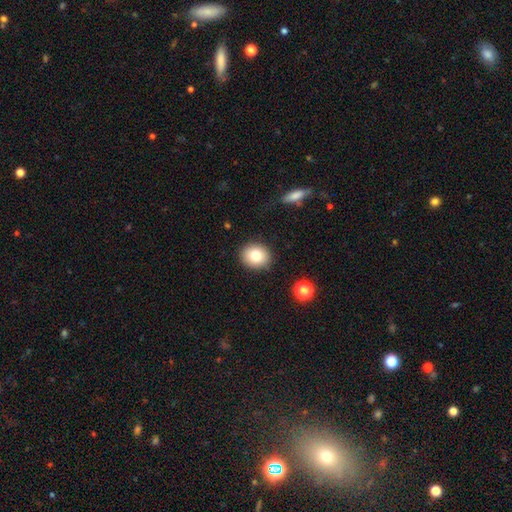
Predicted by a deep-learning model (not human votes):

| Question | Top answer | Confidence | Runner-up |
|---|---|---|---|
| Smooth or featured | smooth | 79% | featured or disk (11%) |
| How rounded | round | 73% | in between (26%) |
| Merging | none | 88% | minor disturbance (8%) |